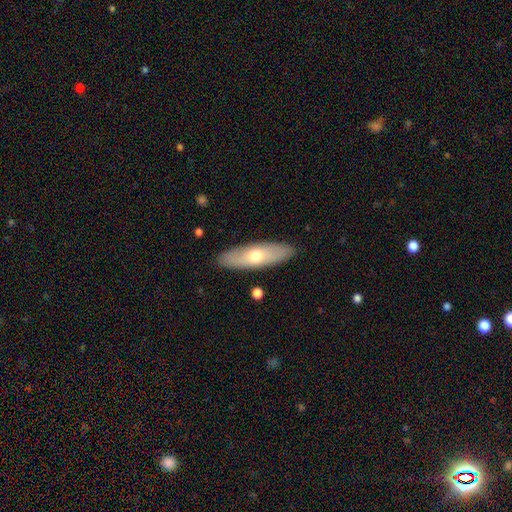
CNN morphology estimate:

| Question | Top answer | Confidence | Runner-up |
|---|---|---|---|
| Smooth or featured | smooth | 58% | featured or disk (37%) |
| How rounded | in between | 52% | cigar-shaped (46%) |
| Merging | none | 88% | minor disturbance (9%) |